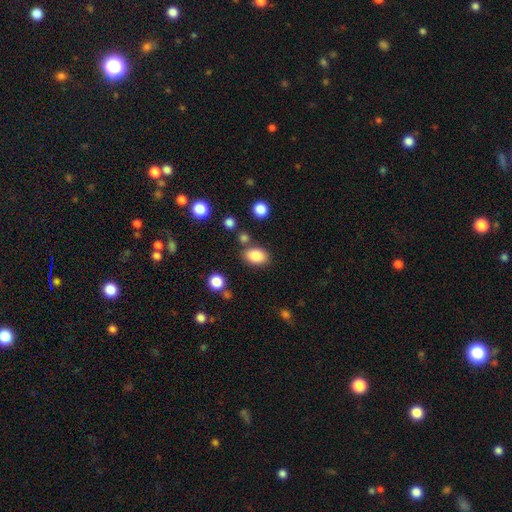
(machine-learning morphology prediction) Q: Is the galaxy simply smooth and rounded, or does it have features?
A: smooth — 85%.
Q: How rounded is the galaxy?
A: in between — 83%.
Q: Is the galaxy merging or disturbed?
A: none — 77%.